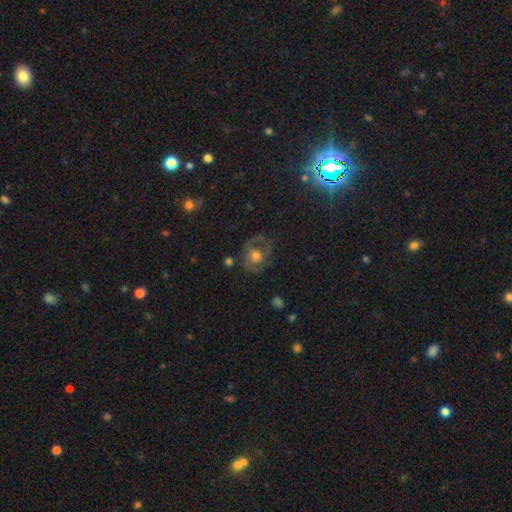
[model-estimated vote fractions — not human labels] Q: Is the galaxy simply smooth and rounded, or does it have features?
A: featured or disk — 48%.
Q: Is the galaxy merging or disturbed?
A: none — 55%.